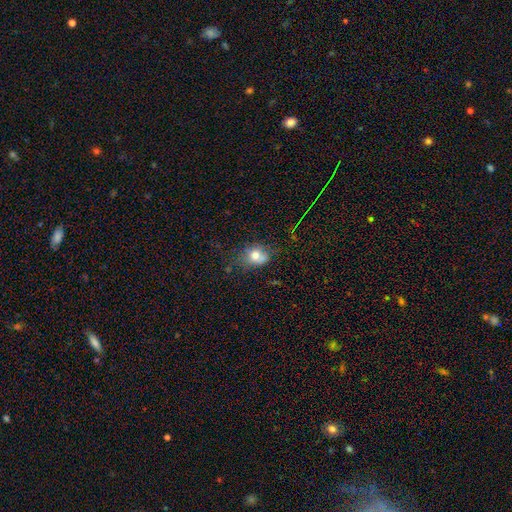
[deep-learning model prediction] The model was most divided on "how rounded": round: 52%, in between: 47%, cigar-shaped: 1%. More confident: smooth or featured — smooth (72%); merging — none (54%).